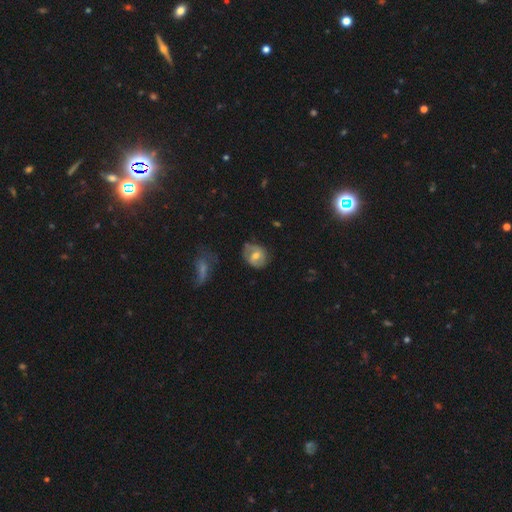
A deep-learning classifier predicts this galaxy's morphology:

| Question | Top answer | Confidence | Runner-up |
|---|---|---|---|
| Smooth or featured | smooth | 49% | featured or disk (44%) |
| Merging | none | 65% | minor disturbance (25%) |